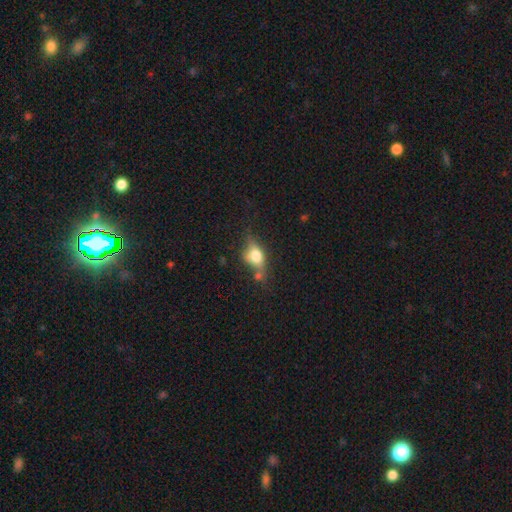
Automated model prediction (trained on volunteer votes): Smooth or featured?
  - smooth: 61% *
  - featured or disk: 28%
  - star or artifact: 11%
How rounded?
  - in between: 69% *
  - round: 23%
  - cigar-shaped: 8%
Merging?
  - none: 48% *
  - minor disturbance: 26%
  - merger: 14%
  - major disturbance: 13%